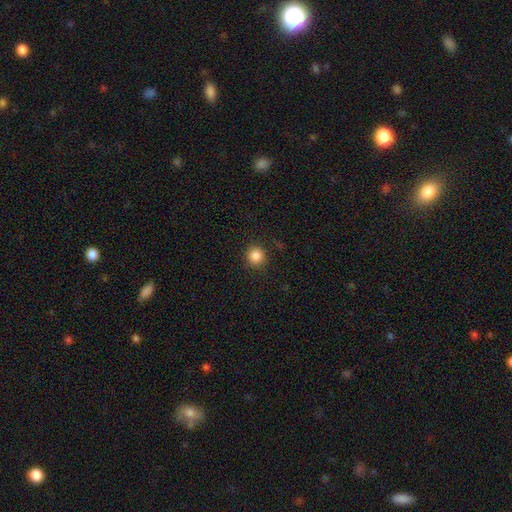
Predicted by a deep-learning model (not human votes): Q: Smooth or featured?
A: smooth (85%); runner-up: star or artifact (11%)
Q: How rounded?
A: round (93%); runner-up: in between (6%)
Q: Merging?
A: none (90%); runner-up: minor disturbance (6%)